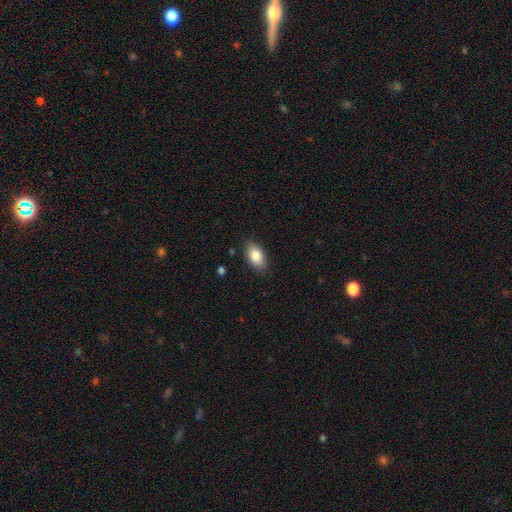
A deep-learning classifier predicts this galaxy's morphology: Smooth or featured: smooth — 83% (featured or disk — 10%)
How rounded: in between — 92% (round — 5%)
Merging: none — 86% (minor disturbance — 10%)